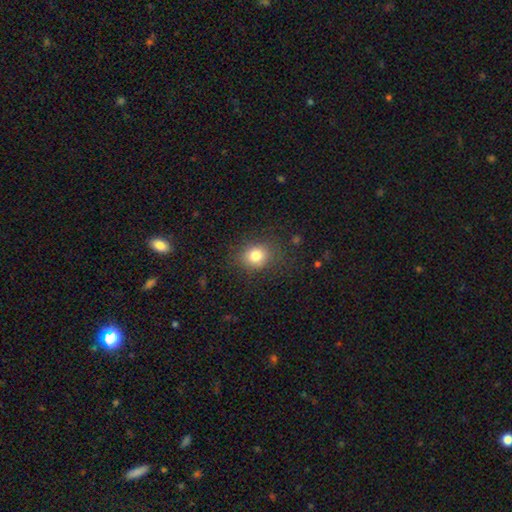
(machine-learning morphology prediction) Smooth or featured?
  - smooth: 80% *
  - star or artifact: 12%
  - featured or disk: 8%
How rounded?
  - round: 67% *
  - in between: 32%
  - cigar-shaped: 1%
Merging?
  - none: 81% *
  - minor disturbance: 12%
  - major disturbance: 5%
  - merger: 1%